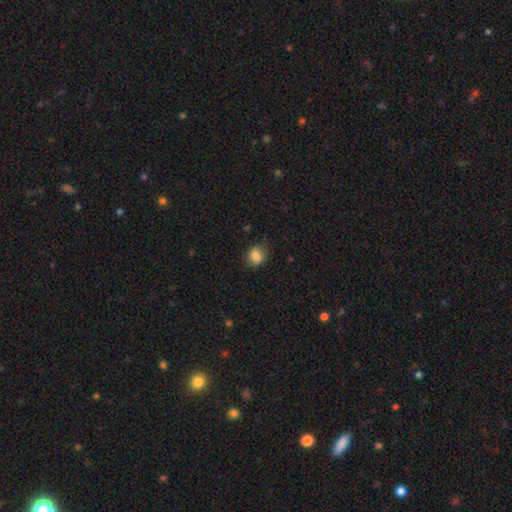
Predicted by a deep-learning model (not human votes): This appears to be a smooth galaxy with no disk features (84%) that is round (57%). Merging: none (75%).